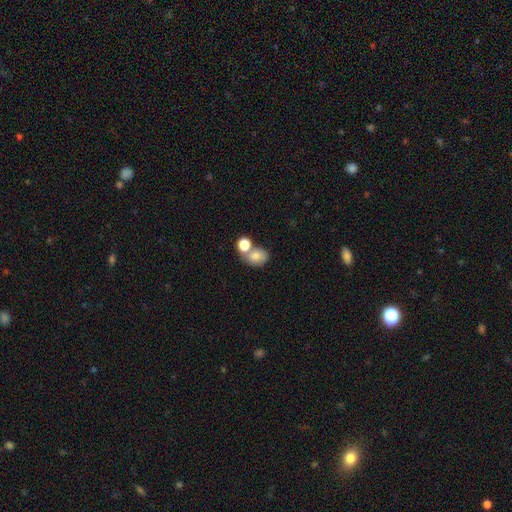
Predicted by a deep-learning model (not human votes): Smooth or featured? Predicted: smooth (p=0.77). How rounded? Predicted: in between (p=0.54). Merging? Predicted: merger (p=0.43).